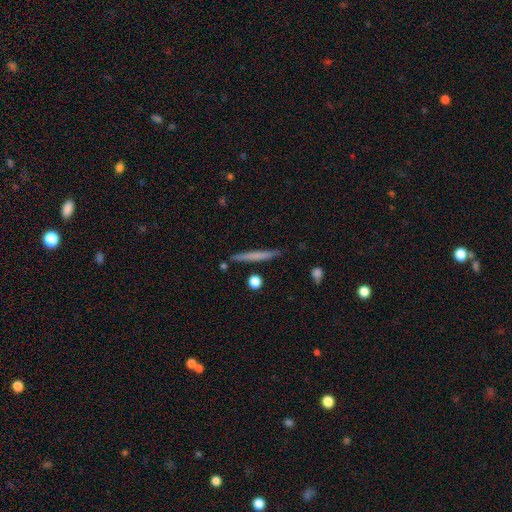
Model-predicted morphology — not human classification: A smooth galaxy with no disk features (57%) that is cigar-shaped (96%). Merging: none (87%).